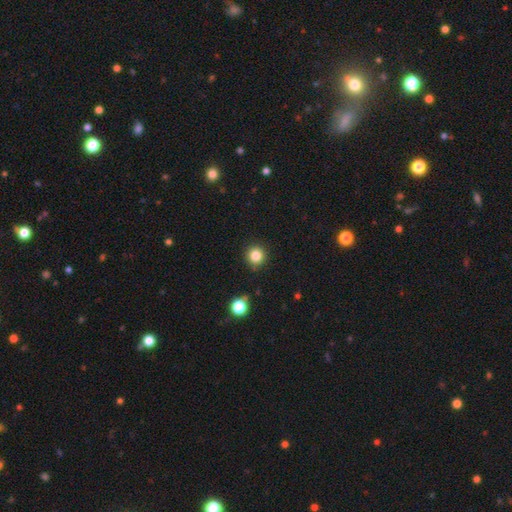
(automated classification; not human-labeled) smooth-or-featured: smooth: 84% | star or artifact: 12% | featured or disk: 5%
  how-rounded: round: 94% | in between: 5% | cigar-shaped: 1%
  merging: none: 89% | minor disturbance: 7% | major disturbance: 2% | merger: 2%